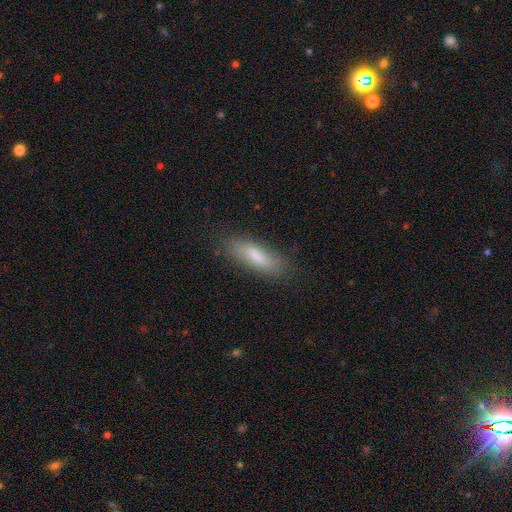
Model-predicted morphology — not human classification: Smooth or featured? Predicted: smooth (p=0.76). How rounded? Predicted: cigar-shaped (p=0.55). Merging? Predicted: none (p=0.81).